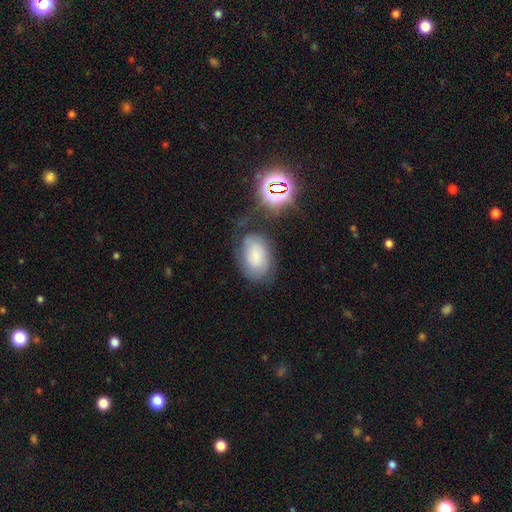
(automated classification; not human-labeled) Smooth or featured? Predicted: smooth (p=0.63). How rounded? Predicted: in between (p=0.87). Merging? Predicted: none (p=0.57).